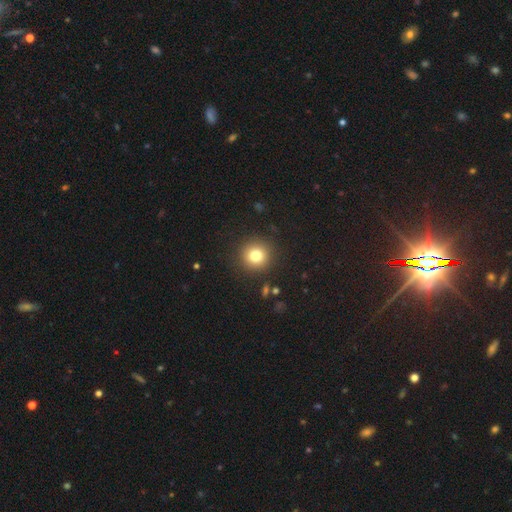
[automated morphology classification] A smooth galaxy with no disk features (81%) that is round (93%).

Vote fractions:
- Smooth or featured? smooth: 81% / star or artifact: 12% / featured or disk: 7%
- How rounded? round: 93% / in between: 6% / cigar-shaped: 1%
- Merging? none: 89% / minor disturbance: 6% / major disturbance: 3% / merger: 2%